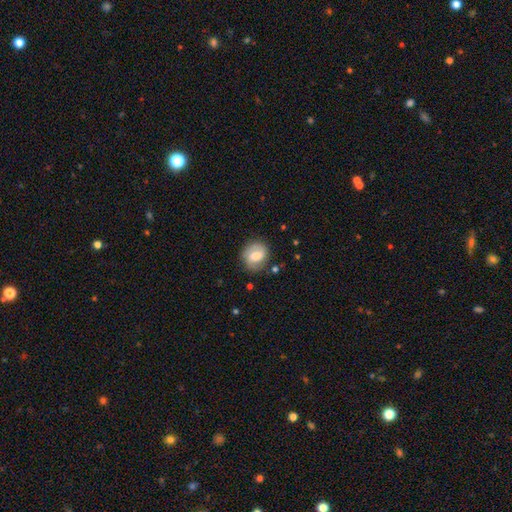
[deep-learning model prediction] smooth_or_featured: smooth (p=0.58) [alt: featured or disk p=0.34]
how_rounded: round (p=0.69) [alt: in between p=0.30]
merging: none (p=0.72) [alt: minor disturbance p=0.19]